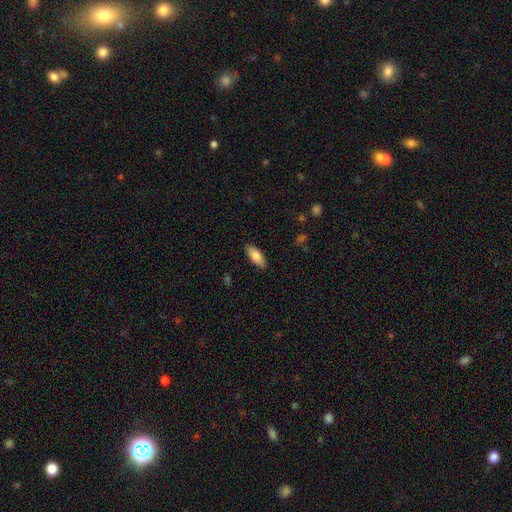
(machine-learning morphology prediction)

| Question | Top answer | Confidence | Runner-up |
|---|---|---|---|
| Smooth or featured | smooth | 84% | featured or disk (10%) |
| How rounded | in between | 77% | cigar-shaped (21%) |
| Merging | none | 86% | minor disturbance (10%) |